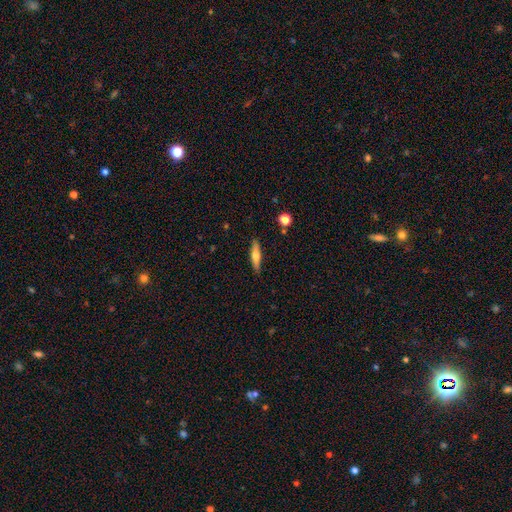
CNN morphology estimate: This appears to be a smooth galaxy with no disk features (49%). Merging: none (89%).